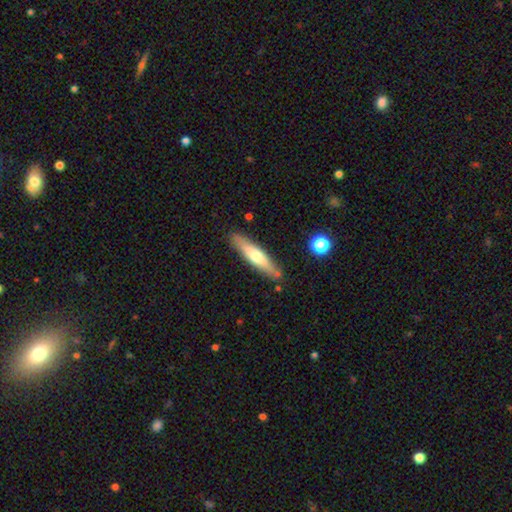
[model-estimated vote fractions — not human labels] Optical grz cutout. It shows a smooth galaxy with no disk features (56%) that is cigar-shaped (83%). Merging: none (85%).